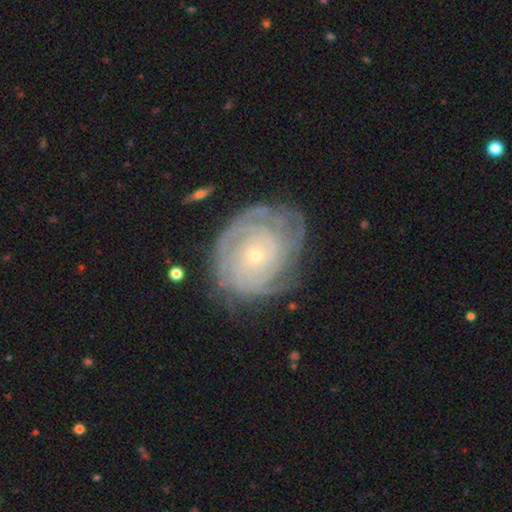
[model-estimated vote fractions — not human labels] The model was most divided on "spiral arm count": can't tell: 38%, 4: 18%, 3: 15%, 2: 13%, more than 4: 10%, 1: 6%. More confident: edge-on disk — no (97%); spiral arms — yes (94%); smooth or featured — featured or disk (85%); bulge size — small (83%); bar — no (83%); spiral winding — tight (82%); merging — none (72%).